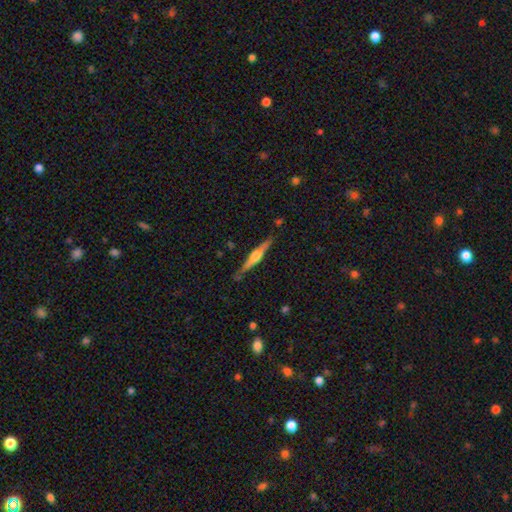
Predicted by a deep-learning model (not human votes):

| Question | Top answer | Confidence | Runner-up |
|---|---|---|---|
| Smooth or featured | featured or disk | 71% | smooth (23%) |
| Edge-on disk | yes | 98% | no (2%) |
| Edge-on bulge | rounded | 86% | boxy (10%) |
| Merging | none | 84% | minor disturbance (11%) |